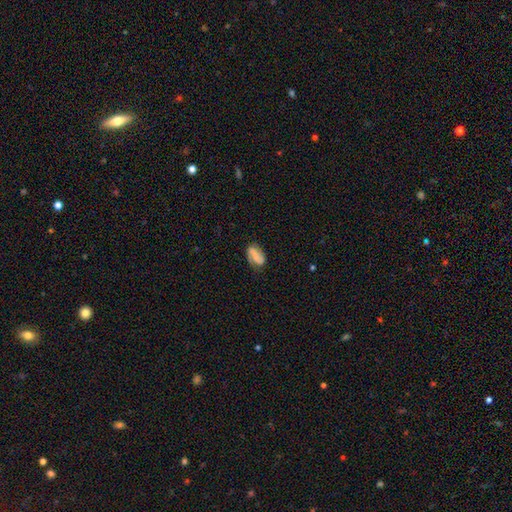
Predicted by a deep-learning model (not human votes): This appears to be a smooth galaxy with no disk features (49%). Merging: none (68%).